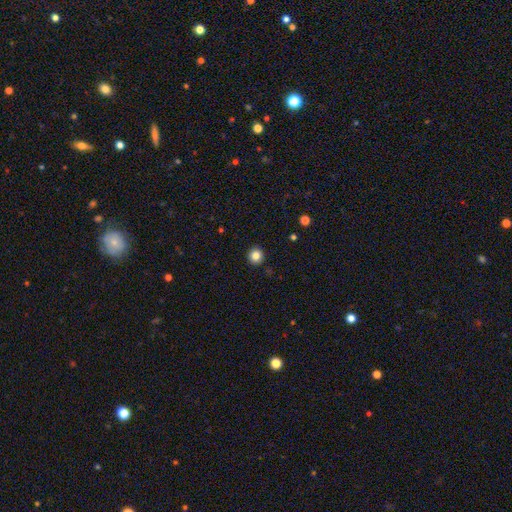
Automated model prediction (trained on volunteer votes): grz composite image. It shows a smooth galaxy with no disk features (84%) that is round (94%). Merging: none (93%).